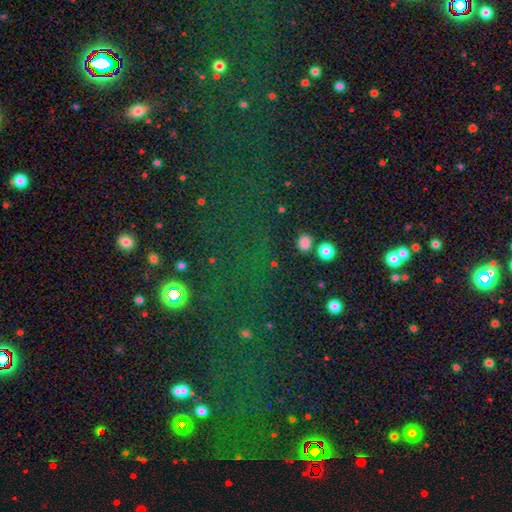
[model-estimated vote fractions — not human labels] Smooth or featured? Predicted: star or artifact (p=0.71).